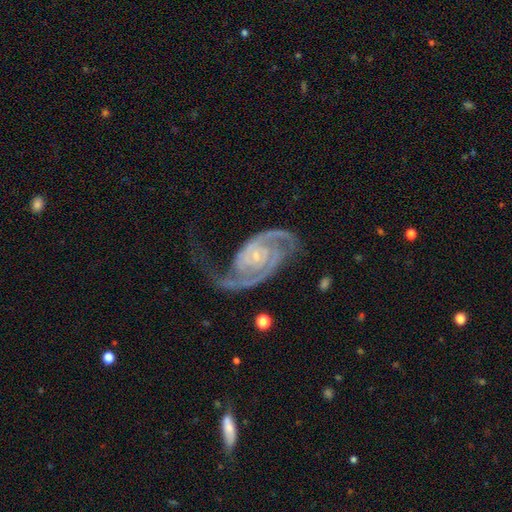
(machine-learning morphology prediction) This appears to be a featured or disk galaxy (92%) with no bar (63%), 2 (86%) medium (47%) spiral arms (98%) and a small central bulge (79%). Merging: none (55%).